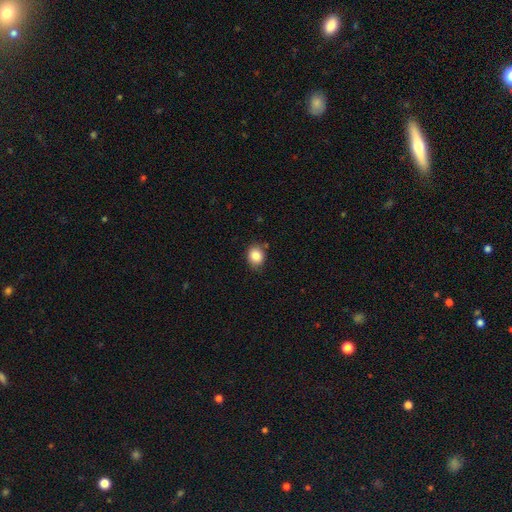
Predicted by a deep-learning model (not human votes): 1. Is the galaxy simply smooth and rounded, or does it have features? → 86% smooth, 9% star or artifact, 5% featured or disk.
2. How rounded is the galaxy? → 56% round, 43% in between, 1% cigar-shaped.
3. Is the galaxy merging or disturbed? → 78% none, 17% minor disturbance, 3% major disturbance, 2% merger.